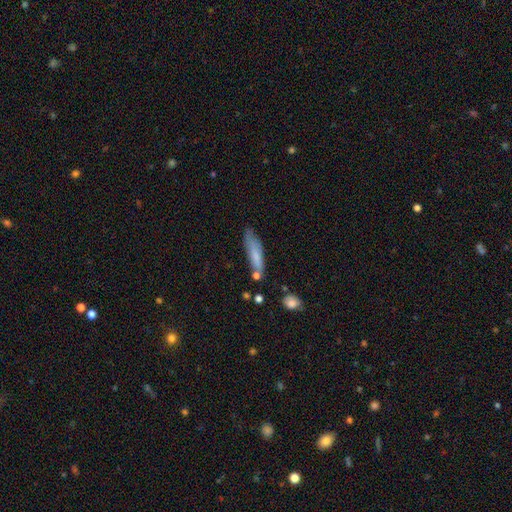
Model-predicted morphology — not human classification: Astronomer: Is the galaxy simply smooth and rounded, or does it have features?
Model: smooth — 73%.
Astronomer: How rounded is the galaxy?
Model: cigar-shaped — 72%.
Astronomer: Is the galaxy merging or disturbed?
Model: none — 58%.